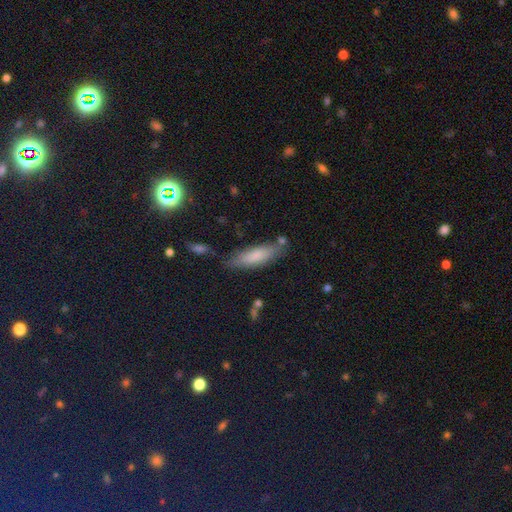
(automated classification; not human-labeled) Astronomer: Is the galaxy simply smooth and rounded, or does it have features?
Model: smooth — 78%.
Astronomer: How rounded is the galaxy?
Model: cigar-shaped — 58% (runner-up: in between, 41%).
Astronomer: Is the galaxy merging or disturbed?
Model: none — 73%.